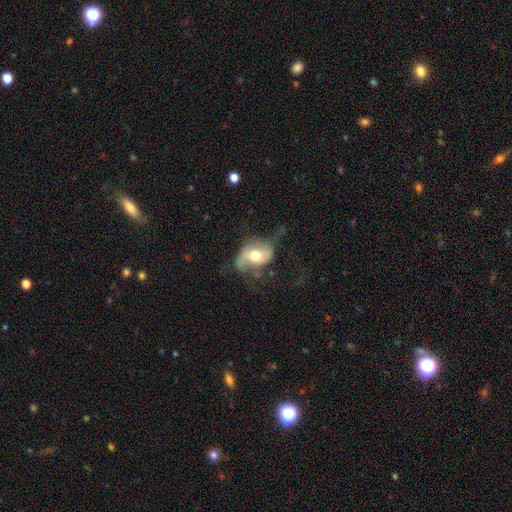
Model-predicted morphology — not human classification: This is possibly a featured or disk galaxy (53%). It is clearly not viewed edge-on (90%). Merging: marginally none (41%).